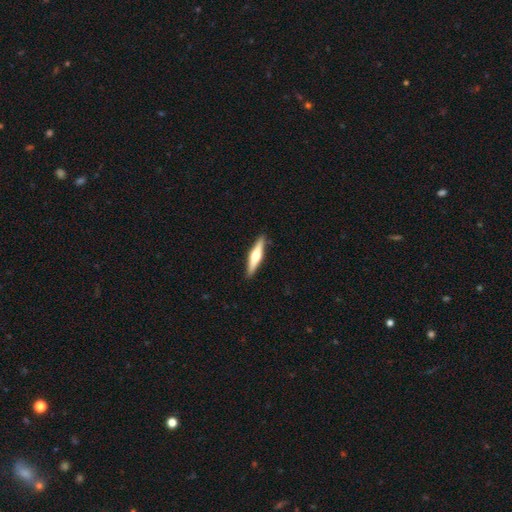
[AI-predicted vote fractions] smooth_or_featured: featured or disk (p=0.63) [alt: smooth p=0.32]
disk_edge_on: yes (p=0.97) [alt: no p=0.03]
edge_on_bulge: rounded (p=0.93) [alt: boxy p=0.04]
merging: none (p=0.91) [alt: minor disturbance p=0.07]